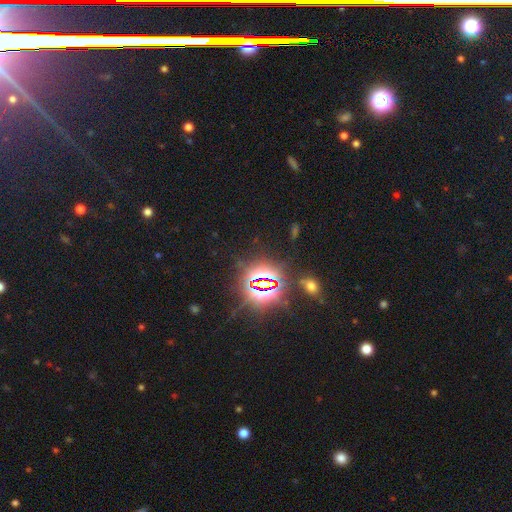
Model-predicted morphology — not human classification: Smooth or featured? Predicted: star or artifact (p=0.81).